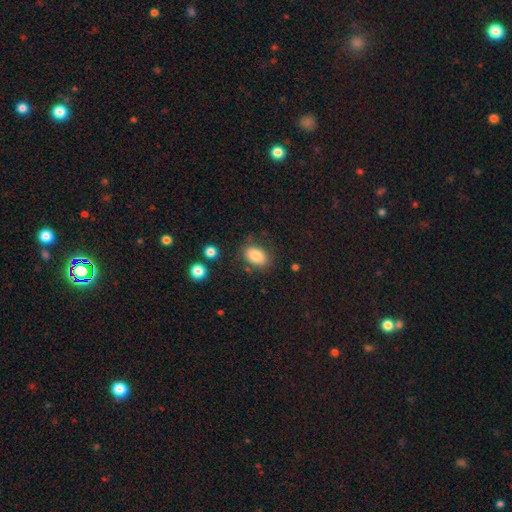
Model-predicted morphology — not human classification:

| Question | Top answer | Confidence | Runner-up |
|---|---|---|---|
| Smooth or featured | smooth | 83% | star or artifact (9%) |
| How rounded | in between | 82% | round (17%) |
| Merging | none | 76% | minor disturbance (16%) |